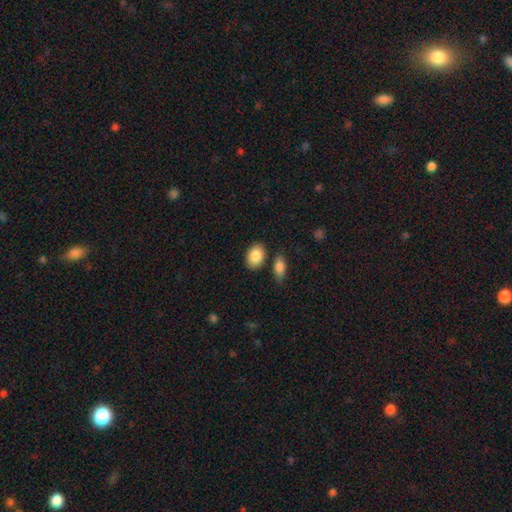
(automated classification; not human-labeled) smooth-or-featured: smooth: 88% | star or artifact: 6% | featured or disk: 6%
  how-rounded: in between: 82% | round: 17% | cigar-shaped: 1%
  merging: none: 79% | minor disturbance: 11% | merger: 7% | major disturbance: 3%